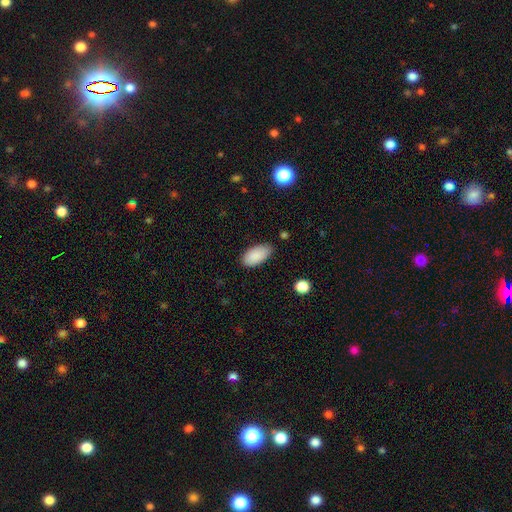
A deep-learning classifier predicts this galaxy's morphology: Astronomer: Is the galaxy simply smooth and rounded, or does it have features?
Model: smooth — 89%.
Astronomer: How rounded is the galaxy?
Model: in between — 94%.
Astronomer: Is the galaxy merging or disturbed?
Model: none — 79%.